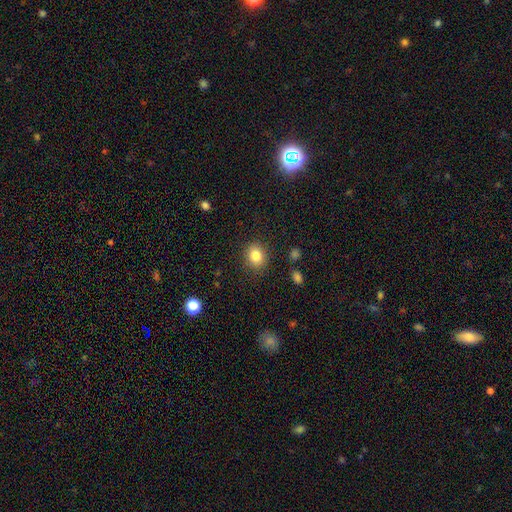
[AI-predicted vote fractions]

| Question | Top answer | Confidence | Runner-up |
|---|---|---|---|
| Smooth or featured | smooth | 83% | star or artifact (10%) |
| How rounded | round | 63% | in between (36%) |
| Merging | none | 87% | minor disturbance (9%) |